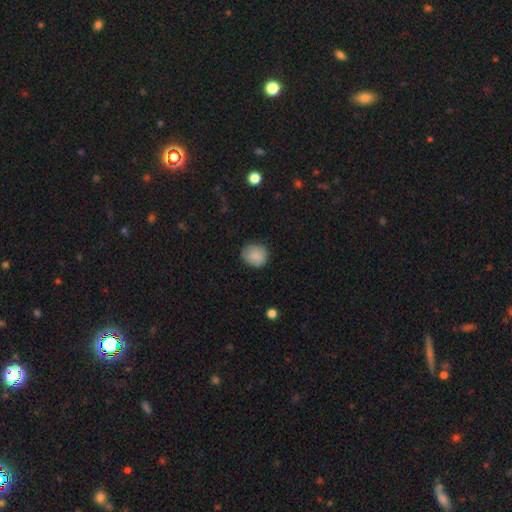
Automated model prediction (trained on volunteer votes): Smooth or featured?
  - smooth: 86% *
  - star or artifact: 8%
  - featured or disk: 7%
How rounded?
  - round: 81% *
  - in between: 18%
  - cigar-shaped: 1%
Merging?
  - none: 80% *
  - minor disturbance: 16%
  - major disturbance: 3%
  - merger: 1%